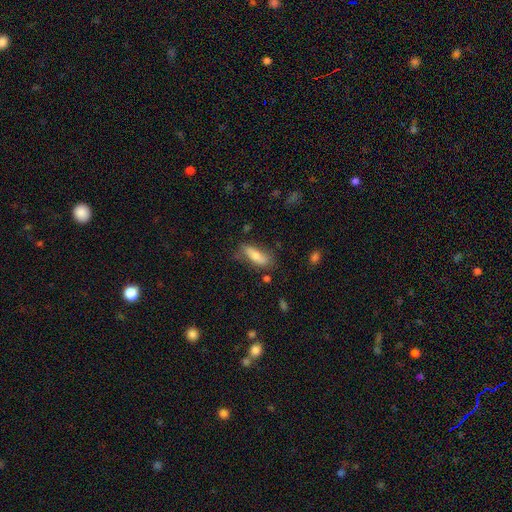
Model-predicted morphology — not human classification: Overall: smooth (71%). How rounded: in between (59%; cigar-shaped 39%). Merging: none (66%).